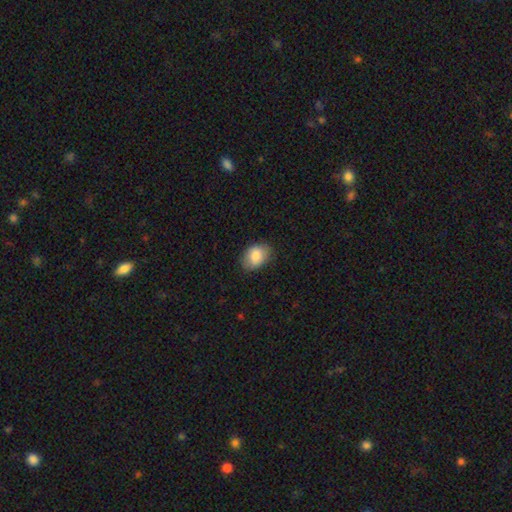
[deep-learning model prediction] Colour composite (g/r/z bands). It shows a smooth galaxy with no disk features (85%) that is in between round and cigar-shaped (75%). Merging: none (77%).